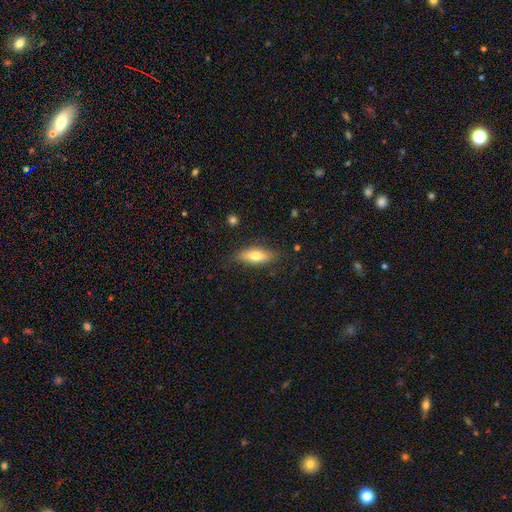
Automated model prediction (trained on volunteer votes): smooth 59%, featured or disk 34%, star or artifact 7%. Down the decision tree: how rounded — in between (56%); merging — none (79%).